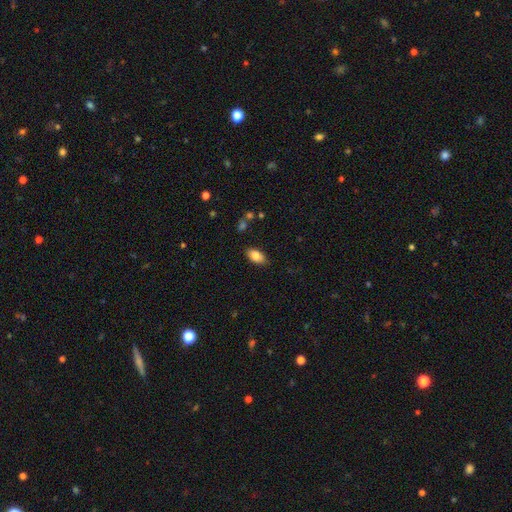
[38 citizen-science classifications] Smooth or featured?
  - smooth: 92% *
  - featured or disk: 5%
  - star or artifact: 3%
How rounded?
  - in between: 94% *
  - round: 3%
  - cigar-shaped: 3%
Merging?
  - none: 78% *
  - minor disturbance: 14%
  - major disturbance: 5%
  - merger: 3%